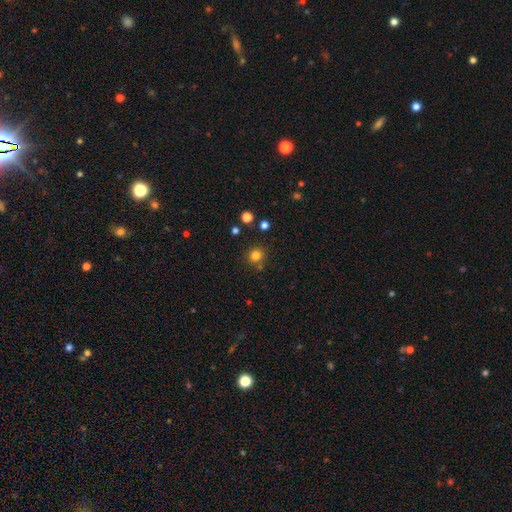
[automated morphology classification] smooth-or-featured: smooth: 80% | star or artifact: 14% | featured or disk: 5%
  how-rounded: round: 91% | in between: 8% | cigar-shaped: 1%
  merging: none: 82% | minor disturbance: 8% | merger: 7% | major disturbance: 3%